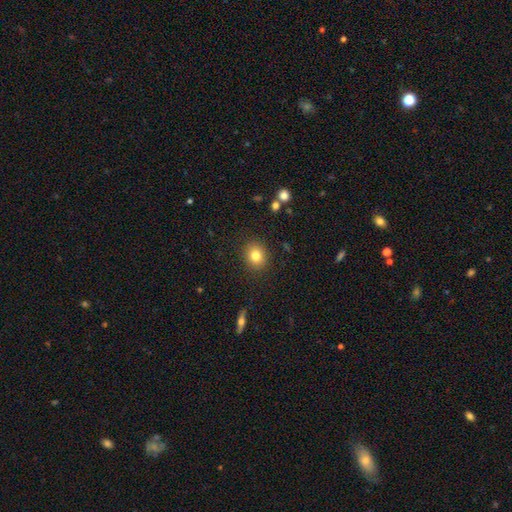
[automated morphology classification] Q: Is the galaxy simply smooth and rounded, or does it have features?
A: smooth — 81%.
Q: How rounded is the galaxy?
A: round — 70%.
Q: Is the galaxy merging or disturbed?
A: none — 89%.